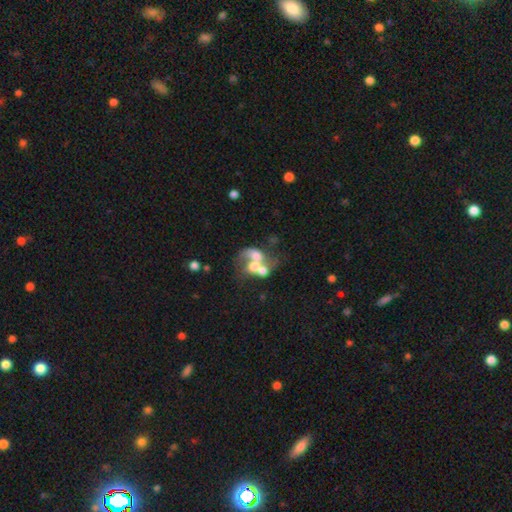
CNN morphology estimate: smooth_or_featured: featured or disk (p=0.53) [alt: smooth p=0.34]
disk_edge_on: no (p=0.98) [alt: yes p=0.02]
bar: no (p=0.84) [alt: weak p=0.12]
has_spiral_arms: no (p=0.72) [alt: yes p=0.28]
bulge_size: moderate (p=0.34) [alt: none p=0.25]
merging: merger (p=0.66) [alt: major disturbance p=0.15]